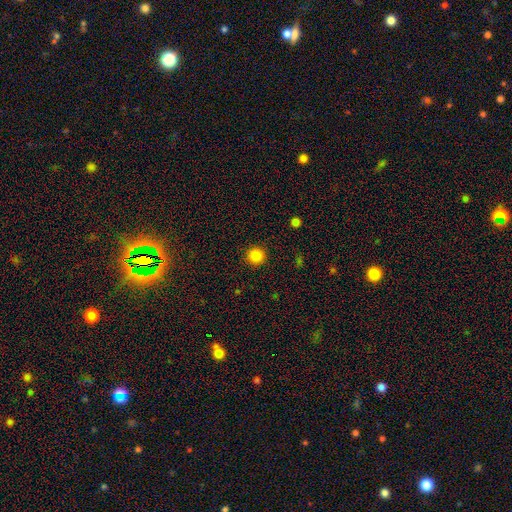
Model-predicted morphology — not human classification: The model was most divided on "smooth or featured": smooth: 85%, star or artifact: 11%, featured or disk: 4%. More confident: how rounded — round (95%); merging — none (92%).